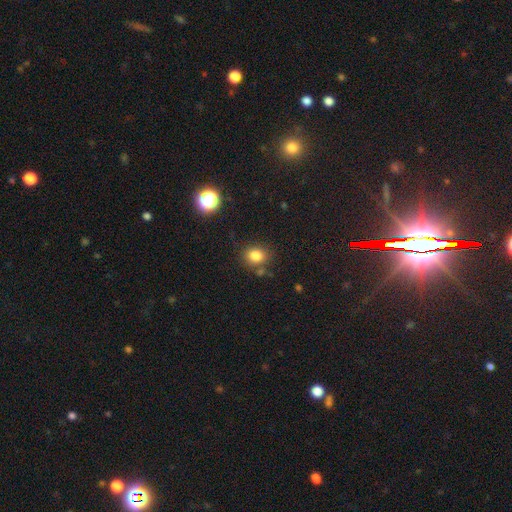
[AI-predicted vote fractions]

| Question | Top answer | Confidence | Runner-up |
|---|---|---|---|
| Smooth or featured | smooth | 81% | star or artifact (13%) |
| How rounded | round | 70% | in between (29%) |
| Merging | none | 77% | minor disturbance (12%) |